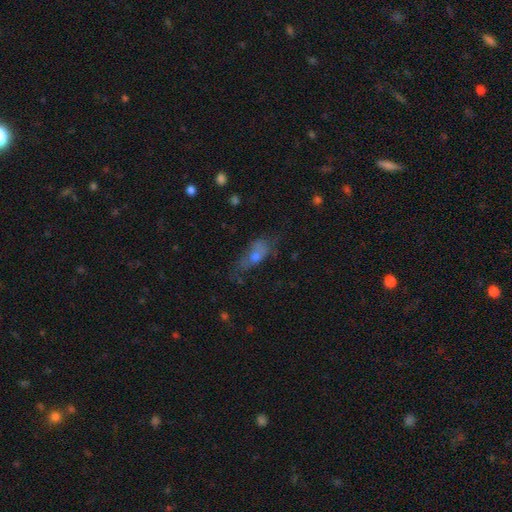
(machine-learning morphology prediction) smooth 51%, featured or disk 36%, star or artifact 12%. Down the decision tree: how rounded — in between (64%); merging — none (43%).